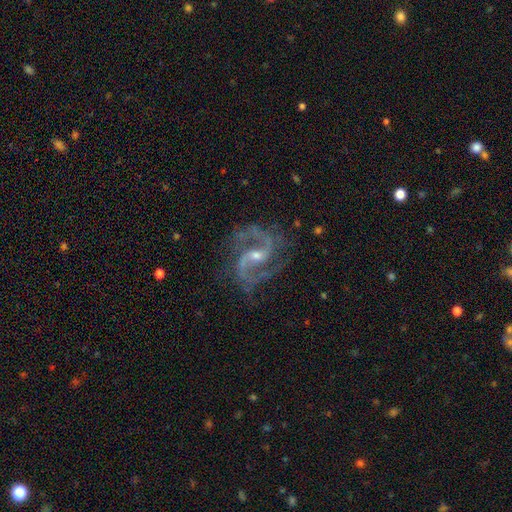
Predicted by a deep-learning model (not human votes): Smooth or featured? Predicted: featured or disk (p=0.93). Edge-on disk? Predicted: no (p=0.98). Bar? Predicted: weak (p=0.48). Spiral arms? Predicted: yes (p=0.98). Spiral winding? Predicted: medium (p=0.63). Spiral arm count? Predicted: 2 (p=0.90). Bulge size? Predicted: small (p=0.51). Merging? Predicted: none (p=0.76).